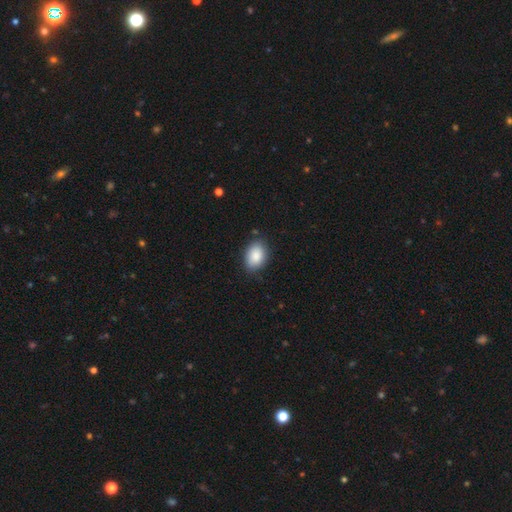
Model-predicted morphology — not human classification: Smooth or featured?
  - smooth: 88% *
  - star or artifact: 7%
  - featured or disk: 5%
How rounded?
  - in between: 84% *
  - round: 15%
  - cigar-shaped: 1%
Merging?
  - none: 81% *
  - minor disturbance: 15%
  - major disturbance: 3%
  - merger: 1%